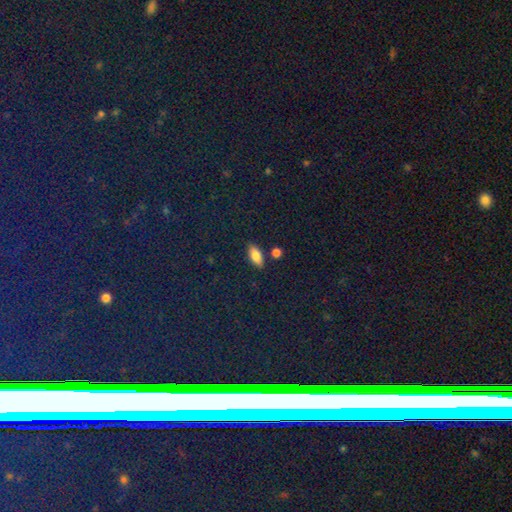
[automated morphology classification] type=smooth (81%); roundness=in between (85%); merging=none (84%).